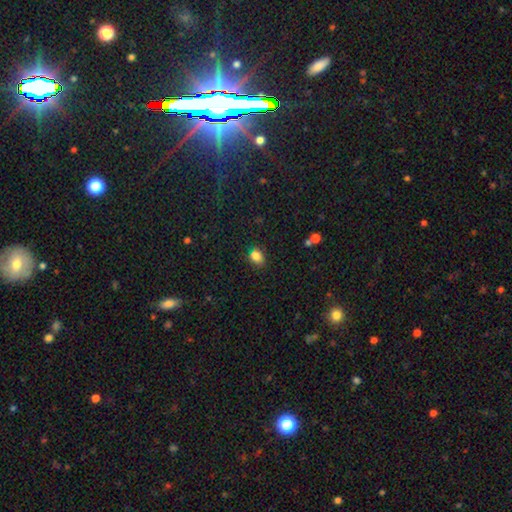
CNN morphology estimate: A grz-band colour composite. It shows a smooth galaxy with no disk features (84%) that is in between round and cigar-shaped (64%). Merging: none (76%).